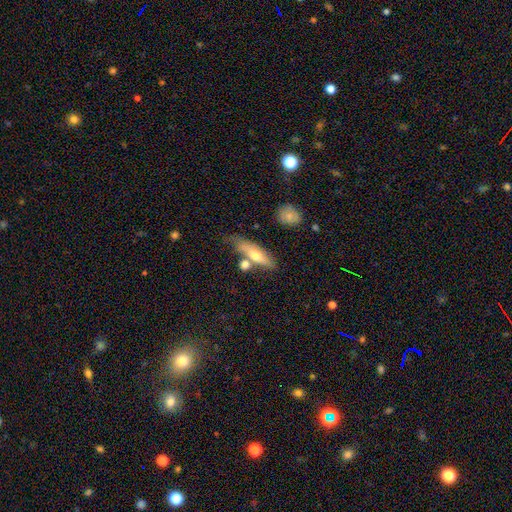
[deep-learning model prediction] Smooth or featured?
  - smooth: 57% *
  - featured or disk: 37%
  - star or artifact: 6%
How rounded?
  - cigar-shaped: 56% *
  - in between: 40%
  - round: 4%
Merging?
  - none: 52% *
  - minor disturbance: 21%
  - merger: 19%
  - major disturbance: 8%